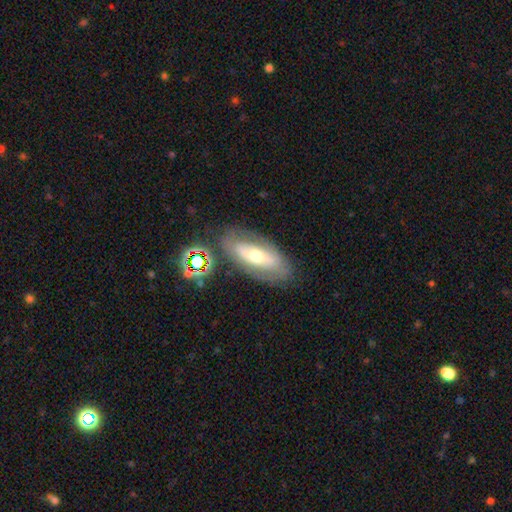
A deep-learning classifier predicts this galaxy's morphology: Overall: featured or disk (56%; smooth 35%). Edge-on disk: no (81%). Merging: none (76%).